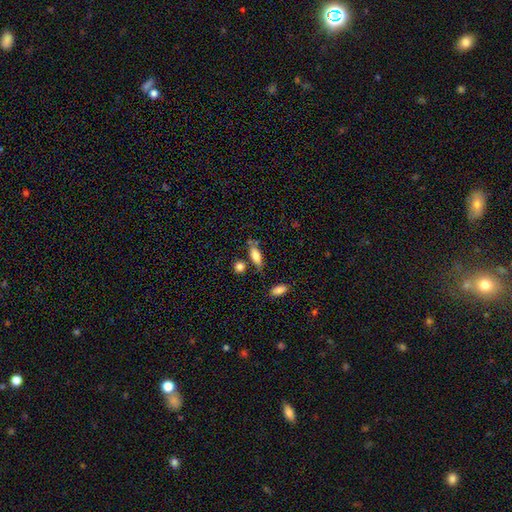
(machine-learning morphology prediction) smooth_or_featured: smooth (p=0.74) [alt: featured or disk p=0.19]
how_rounded: in between (p=0.65) [alt: cigar-shaped p=0.30]
merging: none (p=0.66) [alt: minor disturbance p=0.19]